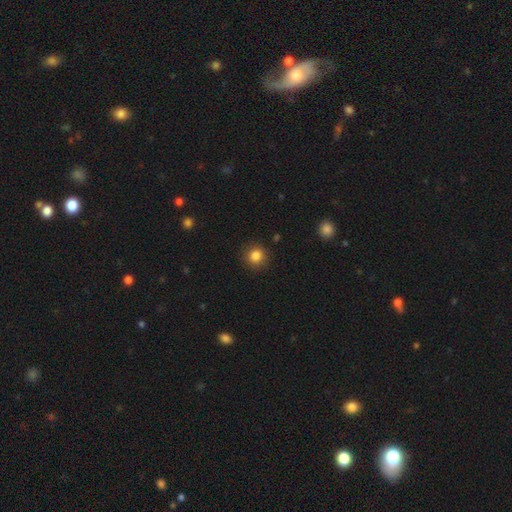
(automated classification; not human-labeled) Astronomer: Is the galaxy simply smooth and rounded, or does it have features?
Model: smooth — 84%.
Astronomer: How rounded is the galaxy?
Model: round — 91%.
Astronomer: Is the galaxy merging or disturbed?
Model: none — 90%.